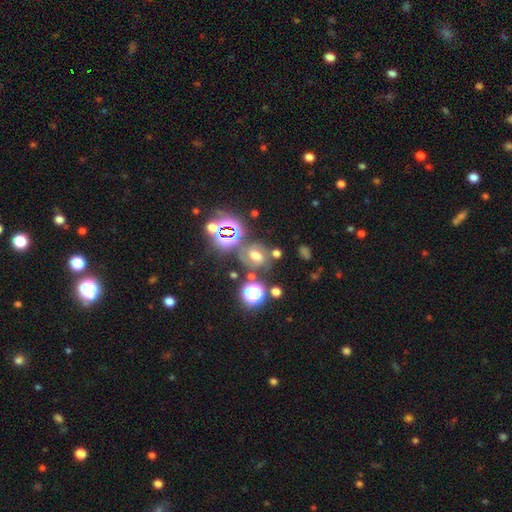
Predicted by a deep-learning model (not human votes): This is marginally a star or artifact rather than a galaxy (38%).